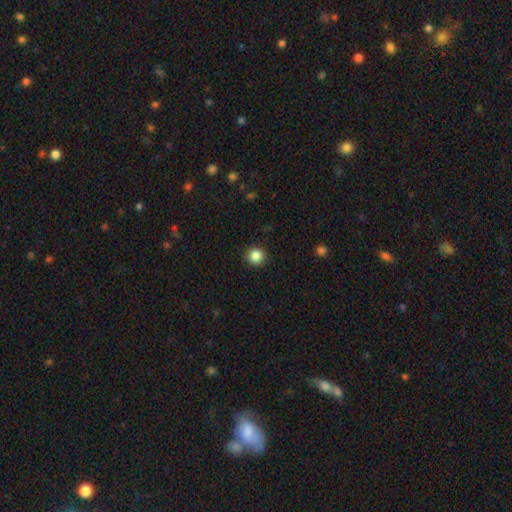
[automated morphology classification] smooth-or-featured: smooth: 86% | star or artifact: 10% | featured or disk: 4%
  how-rounded: round: 94% | in between: 5% | cigar-shaped: 1%
  merging: none: 92% | minor disturbance: 5% | major disturbance: 2% | merger: 1%